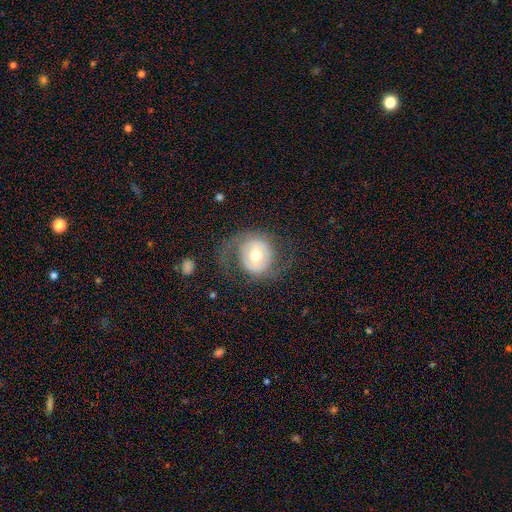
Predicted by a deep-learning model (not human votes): Smooth or featured? Predicted: featured or disk (p=0.60). Edge-on disk? Predicted: no (p=0.96). Bar? Predicted: no (p=0.62). Spiral arms? Predicted: yes (p=0.61). Bulge size? Predicted: moderate (p=0.71). Merging? Predicted: none (p=0.62).